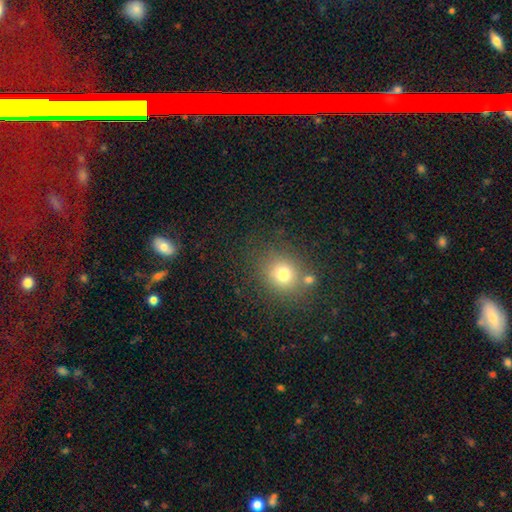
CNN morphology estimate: This is likely a smooth galaxy (67%). How rounded: likely round (77%). Merging: clearly none (88%).